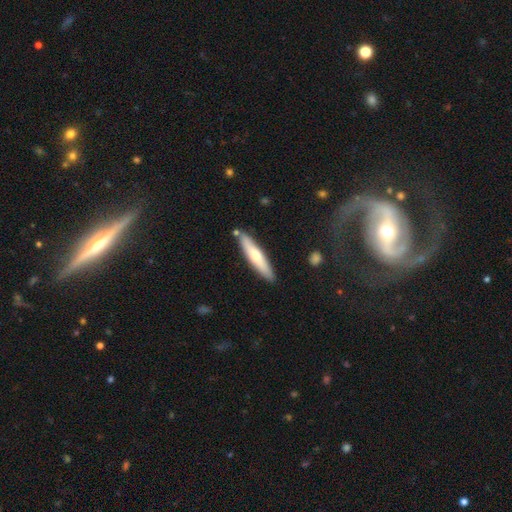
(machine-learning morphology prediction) A smooth galaxy with no disk features (58%) that is cigar-shaped (86%). Merging: none (84%).